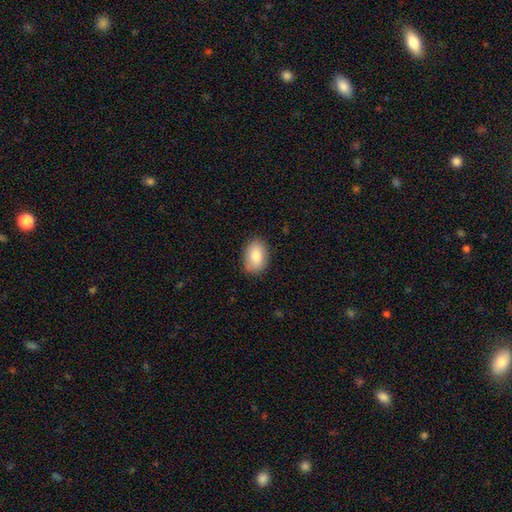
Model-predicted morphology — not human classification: smooth 81%, featured or disk 12%, star or artifact 7%. Down the decision tree: how rounded — in between (84%); merging — none (82%).